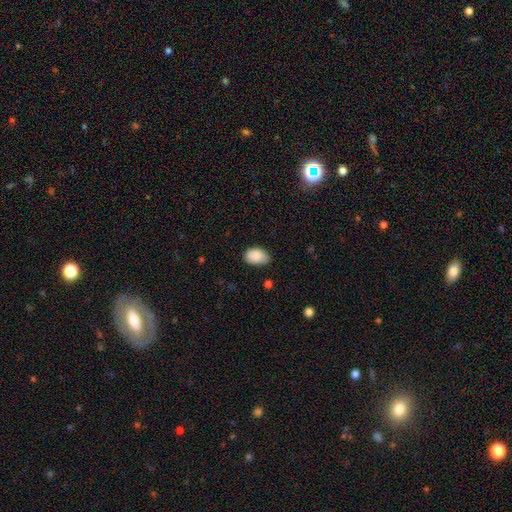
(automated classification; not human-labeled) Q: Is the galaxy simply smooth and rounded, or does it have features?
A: smooth — 87%.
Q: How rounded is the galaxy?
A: in between — 90%.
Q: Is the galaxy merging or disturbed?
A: none — 70%.